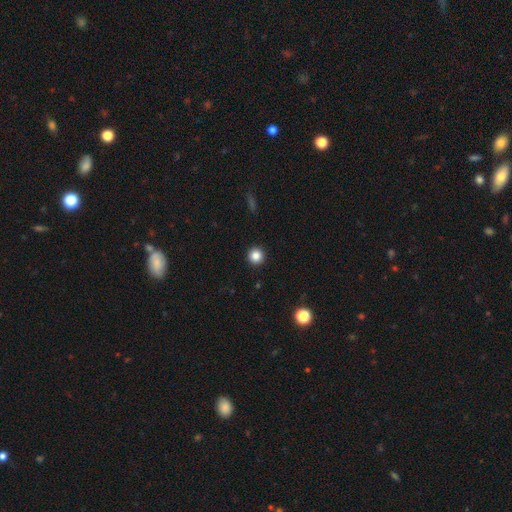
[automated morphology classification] Overall: smooth (85%). How rounded: round (96%). Merging: none (93%).